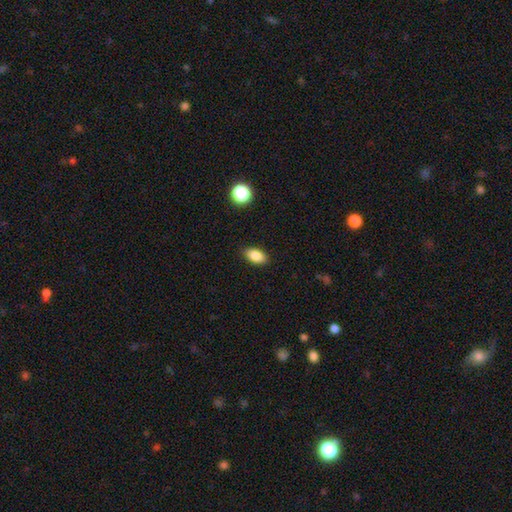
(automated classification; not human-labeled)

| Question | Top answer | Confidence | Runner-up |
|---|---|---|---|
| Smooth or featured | smooth | 86% | star or artifact (9%) |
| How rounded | in between | 91% | round (6%) |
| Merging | none | 88% | minor disturbance (9%) |